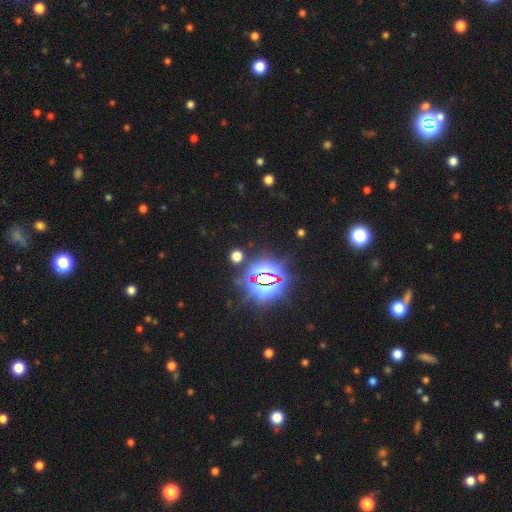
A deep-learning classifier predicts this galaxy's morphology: Q: Smooth or featured?
A: star or artifact (84%); runner-up: smooth (10%)